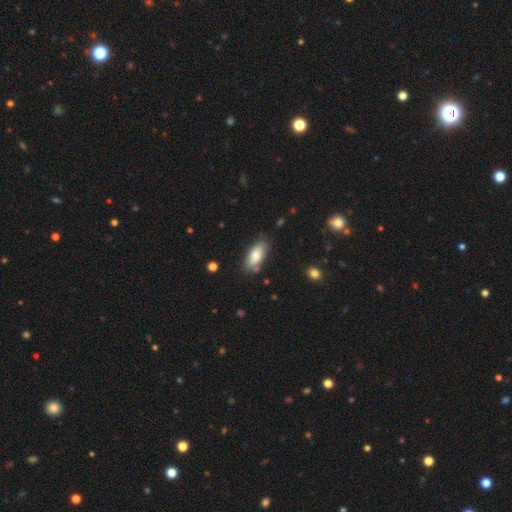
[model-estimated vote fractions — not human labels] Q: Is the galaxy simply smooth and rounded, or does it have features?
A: smooth — 80%.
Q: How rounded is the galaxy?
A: in between — 87%.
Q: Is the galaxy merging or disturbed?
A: none — 78%.